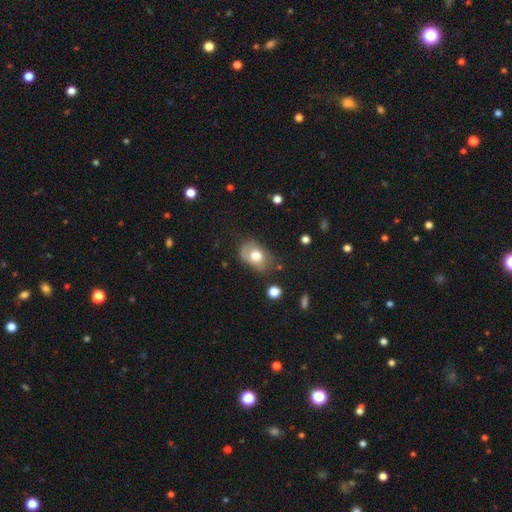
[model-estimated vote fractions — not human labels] Overall: smooth (66%). How rounded: in between (76%). Merging: none (50%; minor disturbance 31%).